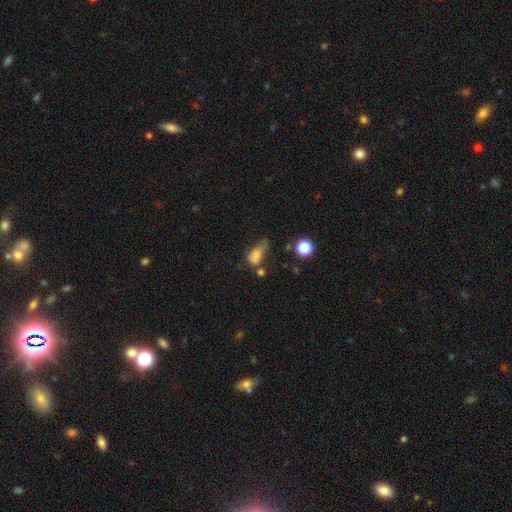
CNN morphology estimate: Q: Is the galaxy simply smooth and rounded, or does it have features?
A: smooth — 74%.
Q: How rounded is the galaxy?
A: in between — 79%.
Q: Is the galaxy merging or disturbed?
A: minor disturbance — 33%.